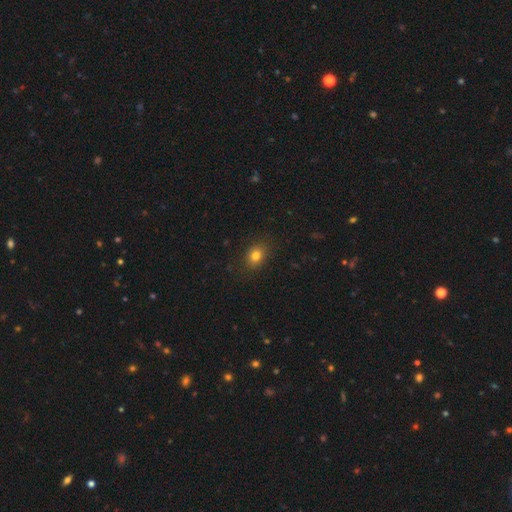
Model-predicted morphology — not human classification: type=smooth (81%); roundness=in between (55%); merging=none (85%).